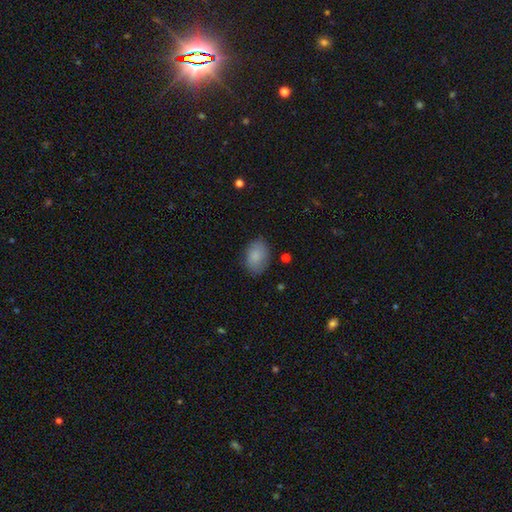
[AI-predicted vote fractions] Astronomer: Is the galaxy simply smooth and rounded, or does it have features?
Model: smooth — 86%.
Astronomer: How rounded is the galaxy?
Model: in between — 82%.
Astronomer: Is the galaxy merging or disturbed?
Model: none — 81%.